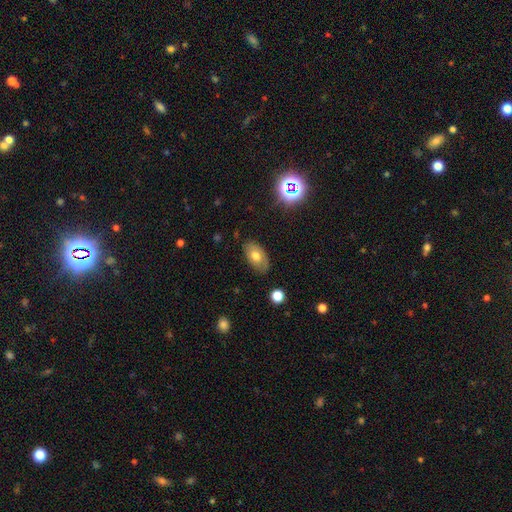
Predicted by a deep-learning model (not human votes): smooth-or-featured: smooth: 68% | featured or disk: 22% | star or artifact: 10%
  how-rounded: in between: 91% | round: 7% | cigar-shaped: 2%
  merging: none: 80% | minor disturbance: 15% | major disturbance: 3% | merger: 1%